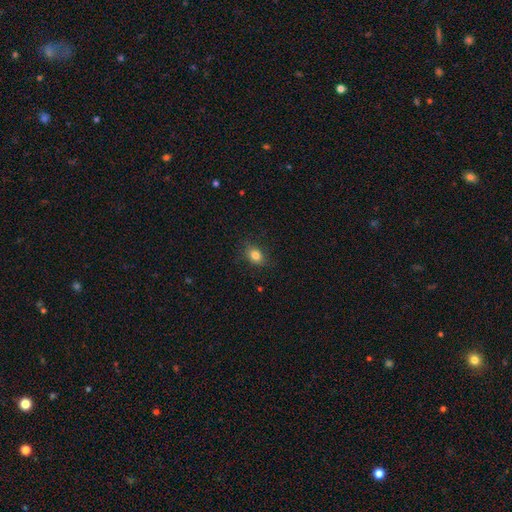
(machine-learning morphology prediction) type=smooth (83%); roundness=in between (66%); merging=none (83%).